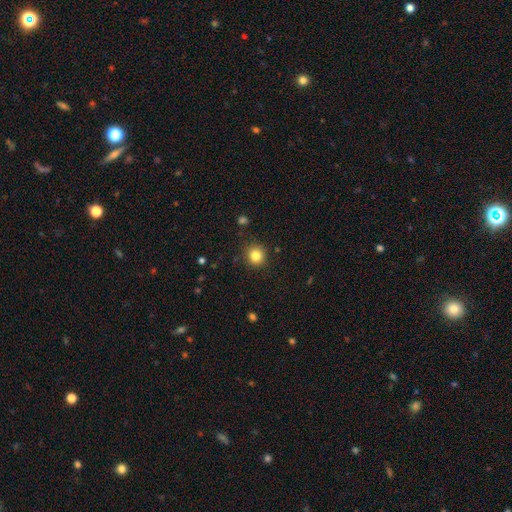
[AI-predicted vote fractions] Overall: smooth (83%). How rounded: round (91%). Merging: none (90%).